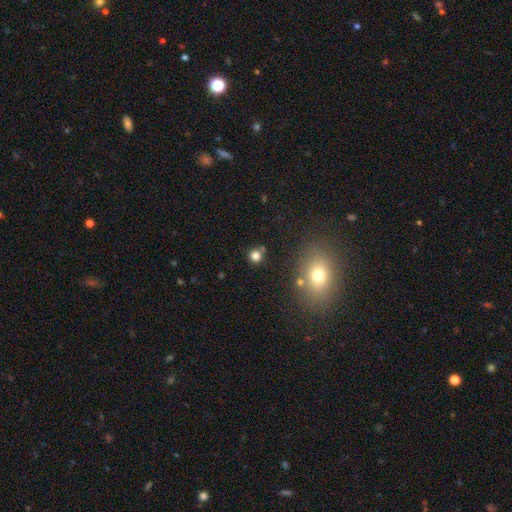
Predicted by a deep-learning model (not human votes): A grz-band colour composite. It shows a smooth galaxy with no disk features (78%) that is round (90%). Merging: none (80%).